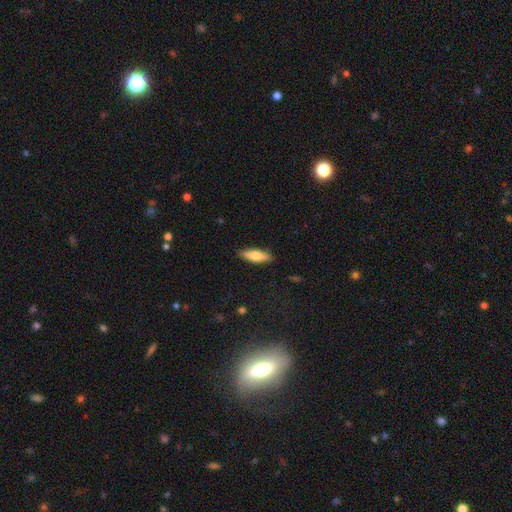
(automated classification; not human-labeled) smooth-or-featured: smooth: 68% | featured or disk: 26% | star or artifact: 6%
  how-rounded: cigar-shaped: 51% | in between: 47% | round: 2%
  merging: none: 88% | minor disturbance: 9% | major disturbance: 2% | merger: 1%